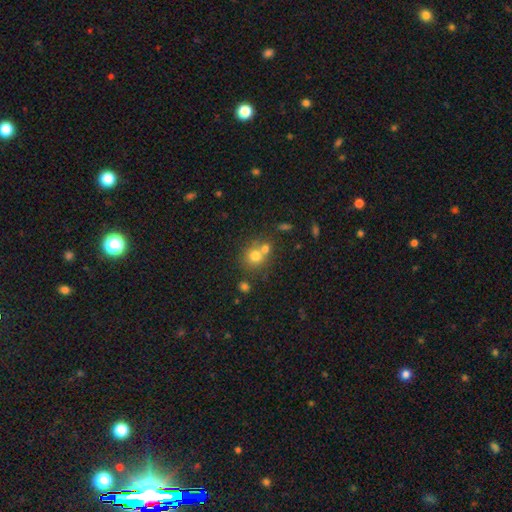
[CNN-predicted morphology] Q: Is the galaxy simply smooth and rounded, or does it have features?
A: smooth — 73%.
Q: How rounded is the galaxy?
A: round — 83%.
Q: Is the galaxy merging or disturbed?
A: none — 48%.